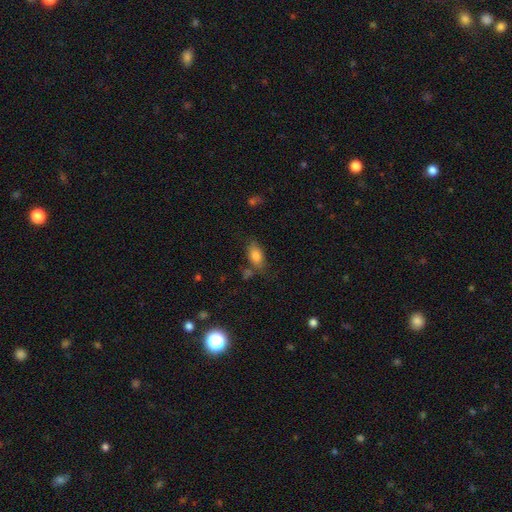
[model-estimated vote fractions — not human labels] smooth_or_featured: smooth (p=0.82) [alt: featured or disk p=0.09]
how_rounded: in between (p=0.89) [alt: round p=0.06]
merging: none (p=0.67) [alt: minor disturbance p=0.19]